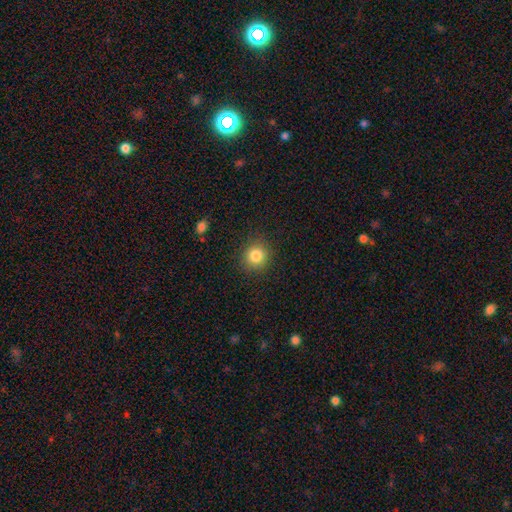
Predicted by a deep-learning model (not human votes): The model was most divided on "smooth or featured": smooth: 83%, star or artifact: 11%, featured or disk: 6%. More confident: merging — none (89%); how rounded — round (88%).